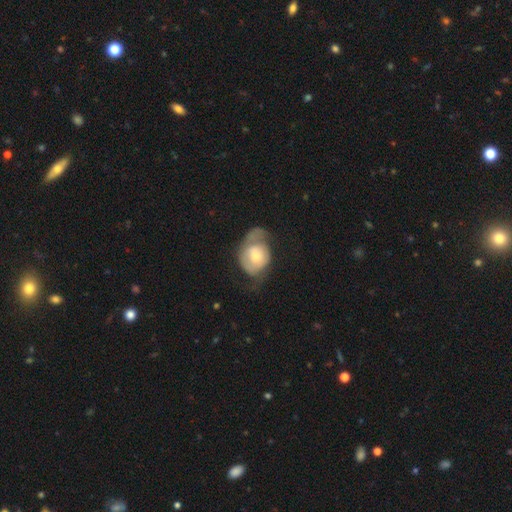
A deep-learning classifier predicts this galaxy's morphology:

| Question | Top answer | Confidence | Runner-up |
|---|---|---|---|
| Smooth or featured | featured or disk | 47% | tied: smooth (47%) |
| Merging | major disturbance | 40% | minor disturbance (28%) |